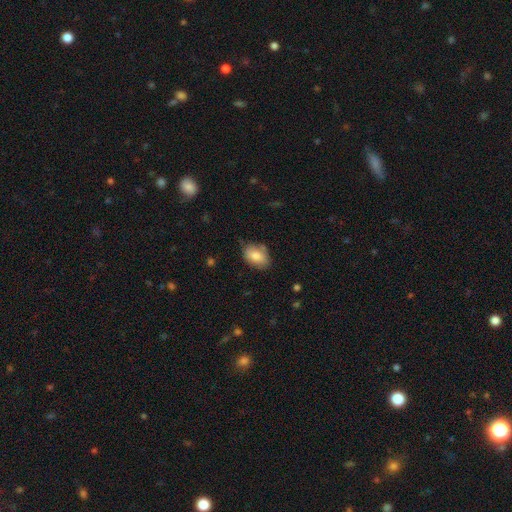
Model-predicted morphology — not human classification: This is clearly a smooth galaxy (81%). How rounded: clearly in between (84%). Merging: likely none (74%).